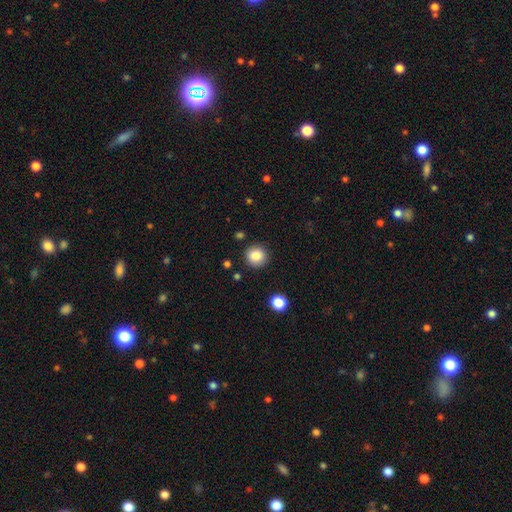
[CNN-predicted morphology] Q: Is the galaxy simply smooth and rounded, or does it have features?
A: smooth — 85%.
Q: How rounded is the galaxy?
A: round — 93%.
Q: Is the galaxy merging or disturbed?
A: none — 90%.